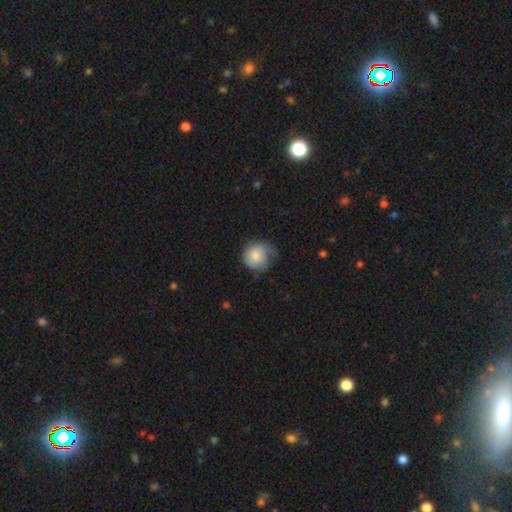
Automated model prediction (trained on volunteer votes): Smooth or featured? smooth (77%)
How rounded? round (84%)
Merging? none (46%)